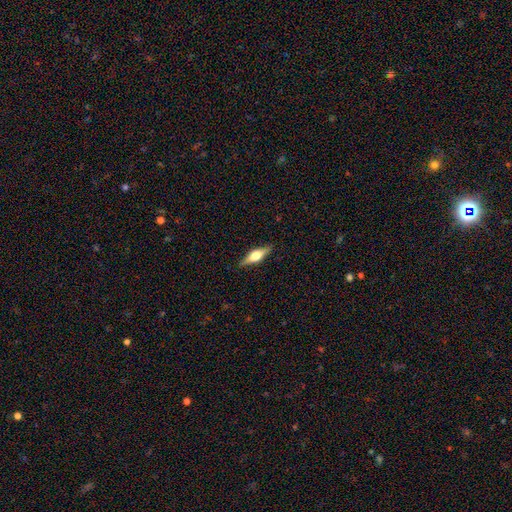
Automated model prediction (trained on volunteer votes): The model was most divided on "smooth or featured": featured or disk: 69%, smooth: 25%, star or artifact: 6%. More confident: edge-on disk — yes (97%); edge-on bulge — rounded (93%); merging — none (89%).